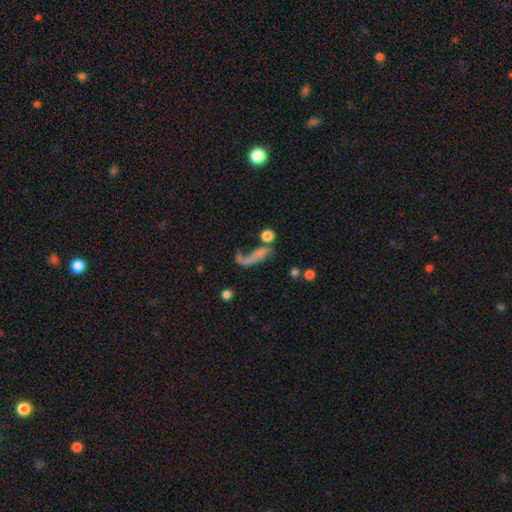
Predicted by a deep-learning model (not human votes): Smooth or featured? Predicted: smooth (p=0.46). Merging? Predicted: none (p=0.32).